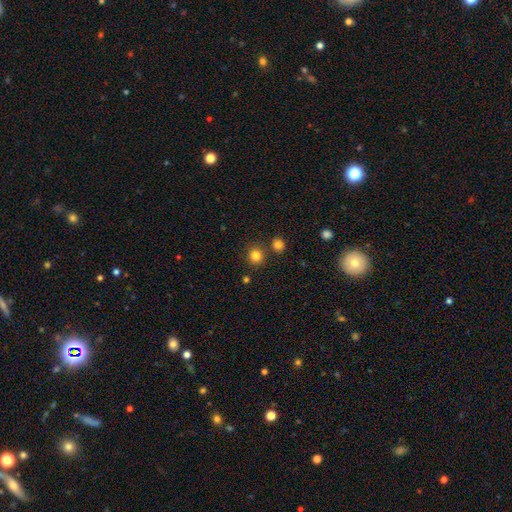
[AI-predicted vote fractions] A smooth galaxy with no disk features (82%) that is round (93%). Merging: none (83%).